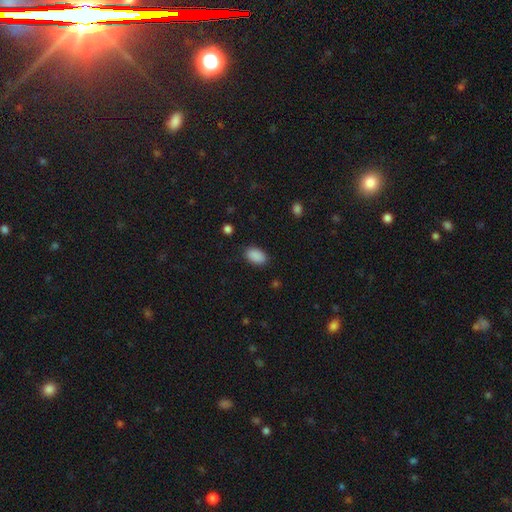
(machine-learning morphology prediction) A smooth galaxy with no disk features (90%) that is in between round and cigar-shaped (92%).

Vote fractions:
- Smooth or featured? smooth: 90% / star or artifact: 8% / featured or disk: 3%
- How rounded? in between: 92% / round: 7% / cigar-shaped: 1%
- Merging? none: 86% / minor disturbance: 10% / major disturbance: 3% / merger: 1%